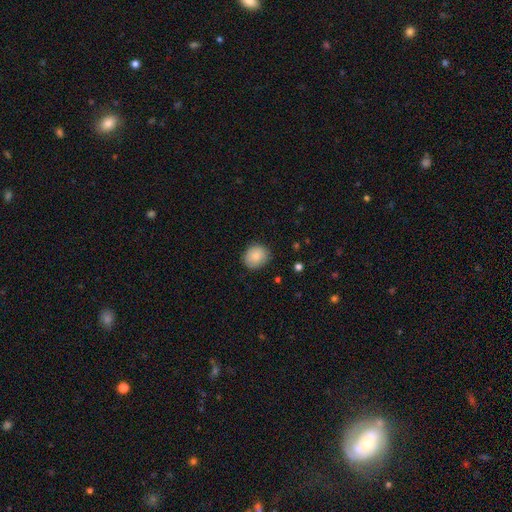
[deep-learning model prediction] smooth-or-featured: smooth: 85% | featured or disk: 8% | star or artifact: 7%
  how-rounded: round: 74% | in between: 25% | cigar-shaped: 1%
  merging: none: 84% | minor disturbance: 13% | major disturbance: 3% | merger: 1%